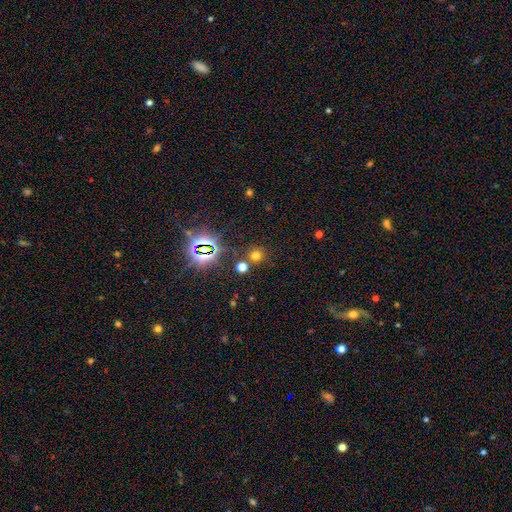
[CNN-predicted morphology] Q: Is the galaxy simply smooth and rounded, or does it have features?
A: smooth — 59%.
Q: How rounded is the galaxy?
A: round — 89%.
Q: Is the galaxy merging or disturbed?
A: none — 77%.